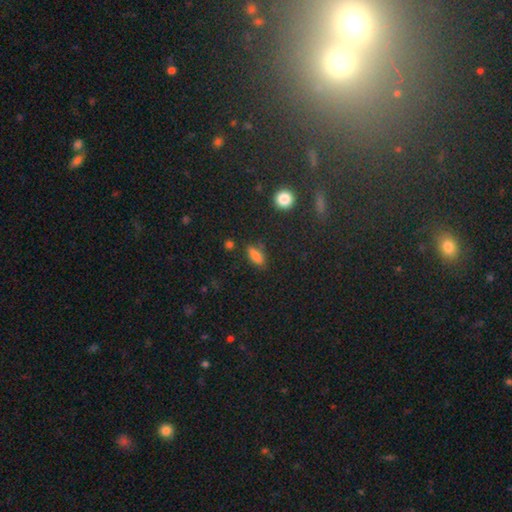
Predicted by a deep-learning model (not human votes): This is likely a smooth galaxy (80%). How rounded: likely in between (78%). Merging: likely none (75%).